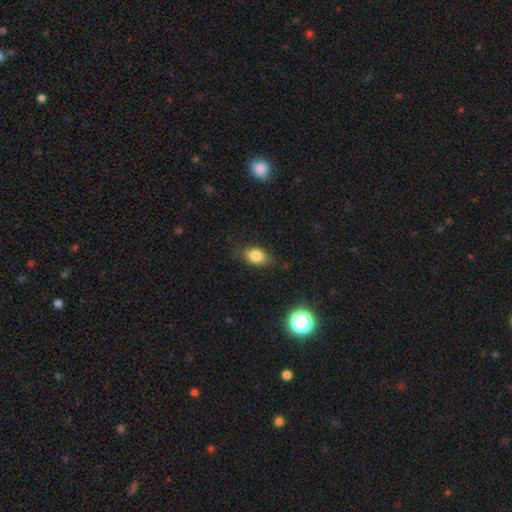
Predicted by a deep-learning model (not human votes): A smooth galaxy with no disk features (81%) that is in between round and cigar-shaped (77%).

Vote fractions:
- Smooth or featured? smooth: 81% / star or artifact: 10% / featured or disk: 9%
- How rounded? in between: 77% / round: 20% / cigar-shaped: 2%
- Merging? none: 73% / minor disturbance: 21% / major disturbance: 5% / merger: 1%